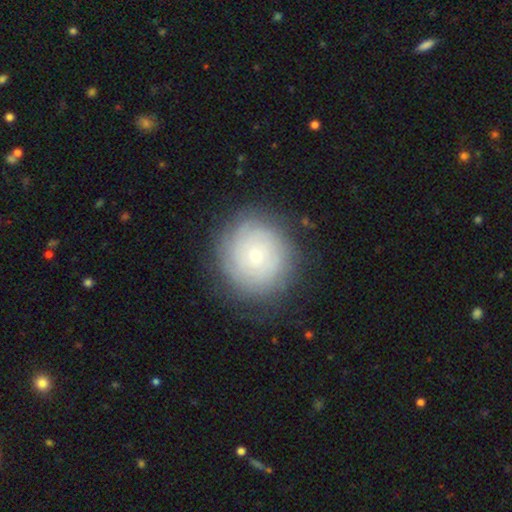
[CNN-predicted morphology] This is possibly a featured or disk galaxy (53%). It is clearly not viewed edge-on (97%). Bar: clearly no (85%). Spiral arm pattern: clearly yes (84%). Central bulge: likely small (73%). Merging: clearly none (81%).